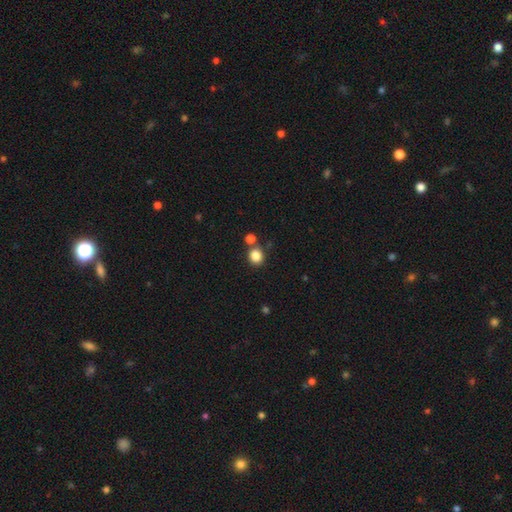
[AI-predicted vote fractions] The model was most divided on "merging": none: 73%, merger: 16%, minor disturbance: 9%, major disturbance: 3%. More confident: smooth or featured — smooth (85%); how rounded — round (78%).